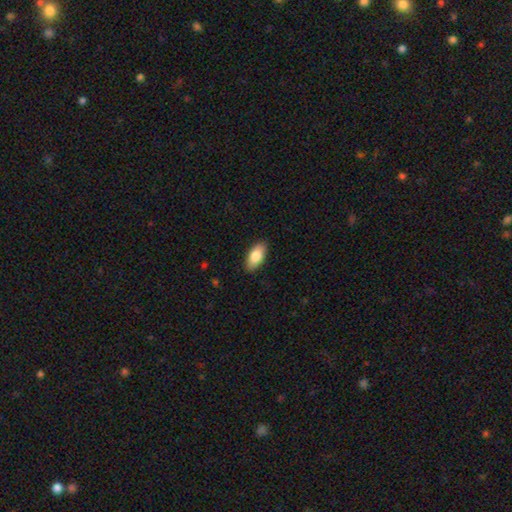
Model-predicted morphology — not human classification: smooth_or_featured: smooth (p=0.84) [alt: featured or disk p=0.10]
how_rounded: in between (p=0.90) [alt: cigar-shaped p=0.08]
merging: none (p=0.89) [alt: minor disturbance p=0.08]